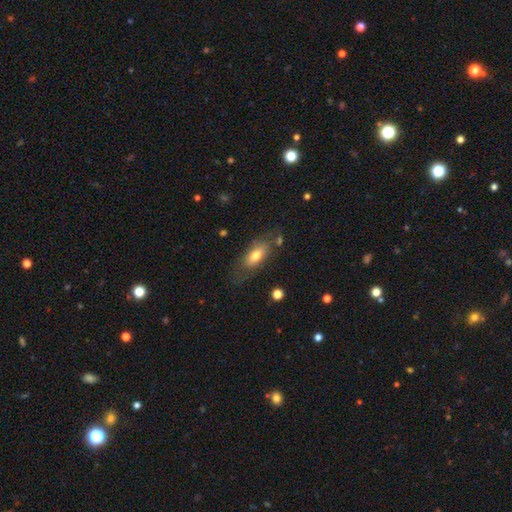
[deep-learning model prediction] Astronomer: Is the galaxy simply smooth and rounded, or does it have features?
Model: smooth — 68%.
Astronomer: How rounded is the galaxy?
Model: in between — 82%.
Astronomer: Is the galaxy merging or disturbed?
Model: none — 64%.